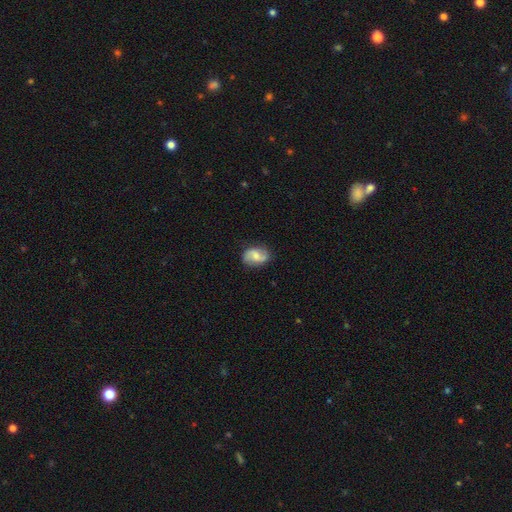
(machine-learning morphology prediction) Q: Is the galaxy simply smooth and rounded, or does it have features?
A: featured or disk — 63%.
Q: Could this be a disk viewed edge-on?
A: no — 97%.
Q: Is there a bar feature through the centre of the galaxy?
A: weak — 46%.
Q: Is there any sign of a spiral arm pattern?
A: yes — 93%.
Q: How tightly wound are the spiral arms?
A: loose — 57%.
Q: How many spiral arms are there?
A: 2 — 90%.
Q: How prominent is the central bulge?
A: moderate — 44%.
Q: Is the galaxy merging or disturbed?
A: none — 80%.